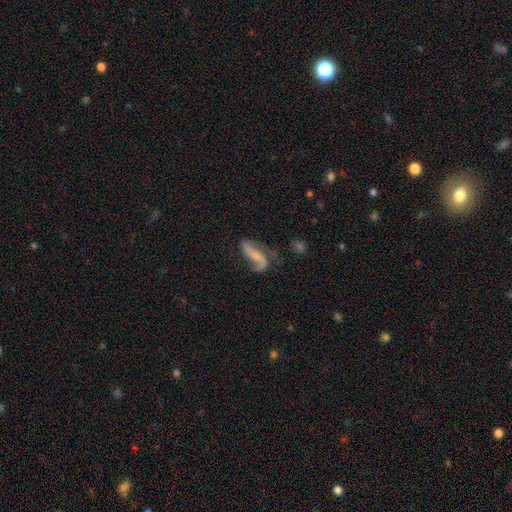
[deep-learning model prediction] Smooth or featured? Predicted: featured or disk (p=0.71). Edge-on disk? Predicted: no (p=0.93). Bar? Predicted: no (p=0.42). Spiral arms? Predicted: yes (p=0.91). Spiral winding? Predicted: loose (p=0.68). Spiral arm count? Predicted: 2 (p=0.78). Bulge size? Predicted: small (p=0.52). Merging? Predicted: none (p=0.47).